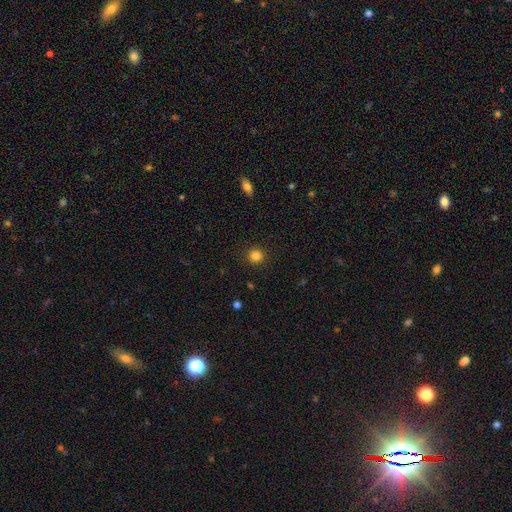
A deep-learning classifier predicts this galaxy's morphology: smooth 84%, star or artifact 12%, featured or disk 4%. Down the decision tree: how rounded — round (93%); merging — none (92%).